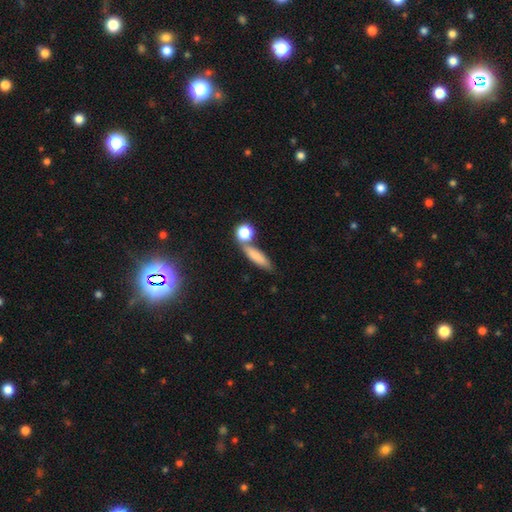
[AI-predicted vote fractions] Overall: smooth (77%). How rounded: cigar-shaped (57%; in between 33%). Merging: none (59%; merger 23%).